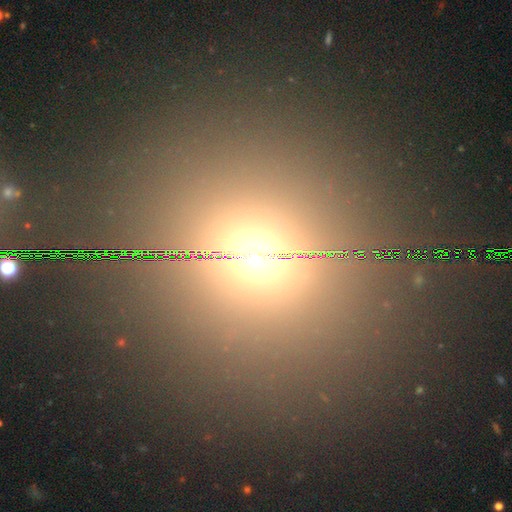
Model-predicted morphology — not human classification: Smooth or featured: smooth — 52% (star or artifact — 33%)
How rounded: round — 64% (in between — 32%)
Merging: none — 76% (minor disturbance — 11%)